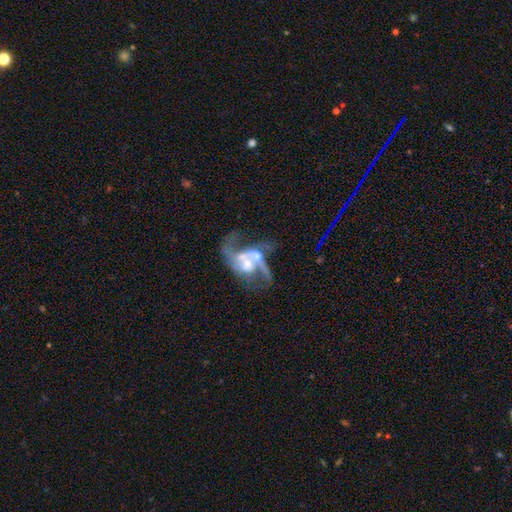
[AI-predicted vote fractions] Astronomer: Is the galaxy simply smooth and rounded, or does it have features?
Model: featured or disk — 78%.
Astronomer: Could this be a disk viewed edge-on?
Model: no — 97%.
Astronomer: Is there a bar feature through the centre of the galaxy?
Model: no — 64%.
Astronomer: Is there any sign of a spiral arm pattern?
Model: yes — 80%.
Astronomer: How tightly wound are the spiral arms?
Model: loose — 61%.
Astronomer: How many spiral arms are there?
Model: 2 — 69%.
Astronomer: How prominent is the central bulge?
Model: moderate — 53% (runner-up: small, 29%).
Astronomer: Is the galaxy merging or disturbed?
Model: merger — 65%.